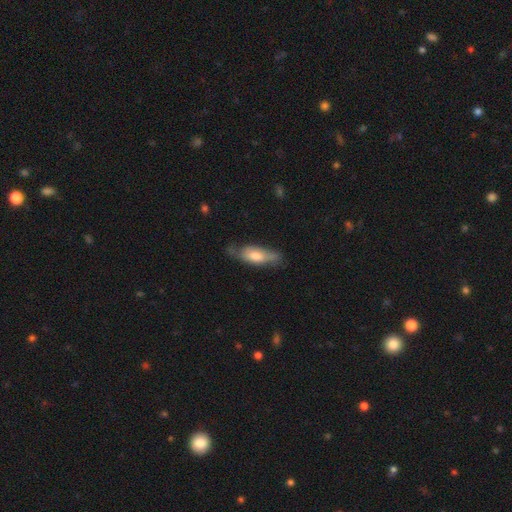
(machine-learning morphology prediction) A smooth galaxy with no disk features (54%) that is in between round and cigar-shaped (55%). Merging: none (61%).